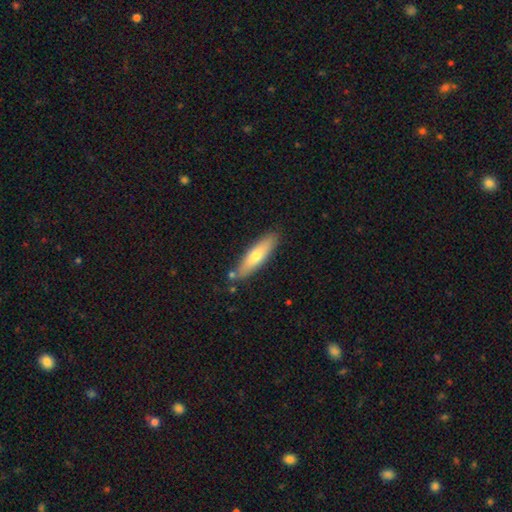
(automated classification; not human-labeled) The model was most divided on "smooth or featured": smooth: 62%, featured or disk: 32%, star or artifact: 6%. More confident: merging — none (84%); how rounded — cigar-shaped (71%).